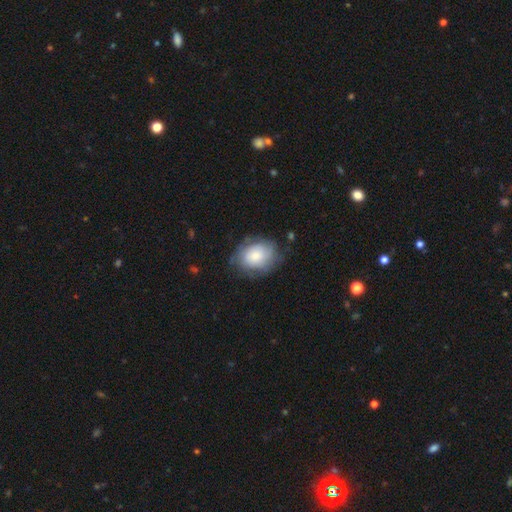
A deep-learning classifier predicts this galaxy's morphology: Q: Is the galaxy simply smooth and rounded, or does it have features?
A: smooth — 68%.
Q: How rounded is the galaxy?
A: in between — 62%.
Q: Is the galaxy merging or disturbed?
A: none — 65%.